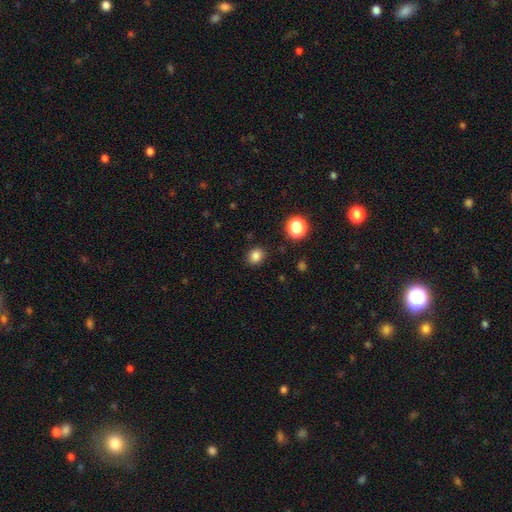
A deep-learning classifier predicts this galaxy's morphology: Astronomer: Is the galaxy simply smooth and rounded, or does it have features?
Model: smooth — 83%.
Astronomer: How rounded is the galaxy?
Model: round — 62%.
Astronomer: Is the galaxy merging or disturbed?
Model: none — 87%.